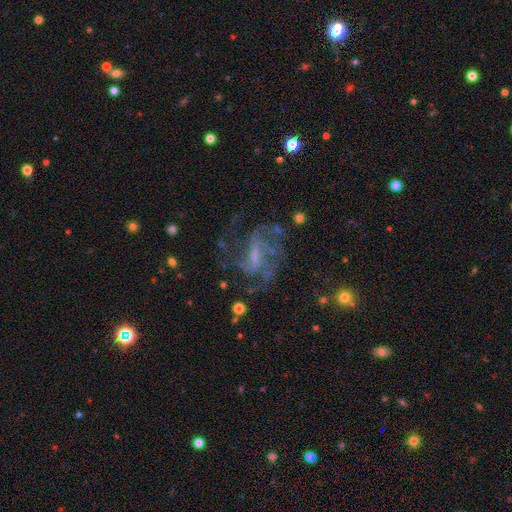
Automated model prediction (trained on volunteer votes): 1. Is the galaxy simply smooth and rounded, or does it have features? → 80% featured or disk, 11% star or artifact, 9% smooth.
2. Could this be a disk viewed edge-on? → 96% no, 4% yes.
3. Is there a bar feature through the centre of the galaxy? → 48% weak, 30% strong, 21% no.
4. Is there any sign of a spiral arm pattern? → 89% yes, 11% no.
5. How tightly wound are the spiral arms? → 47% medium, 27% loose, 25% tight.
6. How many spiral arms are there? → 29% can't tell, 25% 3, 18% 2, 16% 4, 7% 1, 7% more than 4.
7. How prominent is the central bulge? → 41% small, 27% none, 27% moderate, 4% large, 1% dominant.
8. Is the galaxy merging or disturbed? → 55% none, 24% major disturbance, 17% minor disturbance, 3% merger.